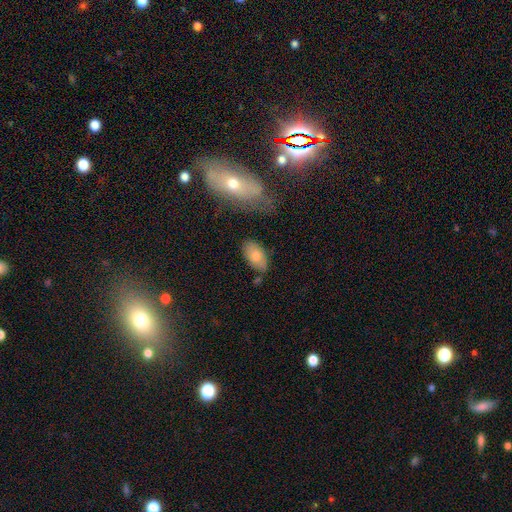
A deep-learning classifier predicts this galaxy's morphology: This appears to be a smooth galaxy with no disk features (74%) that is in between round and cigar-shaped (93%). Merging: none (73%).